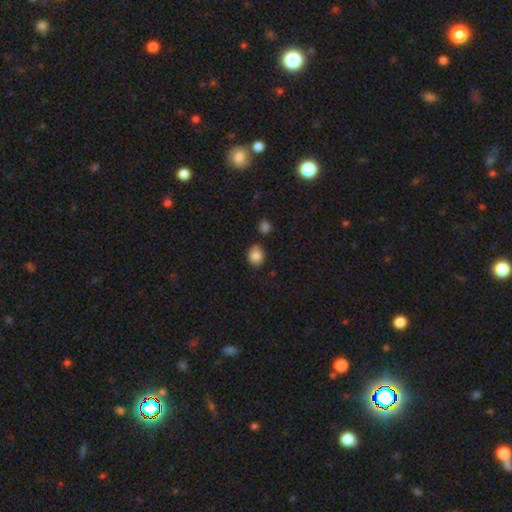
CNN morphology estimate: This is clearly a smooth galaxy (85%). How rounded: likely round (75%). Merging: likely none (75%).